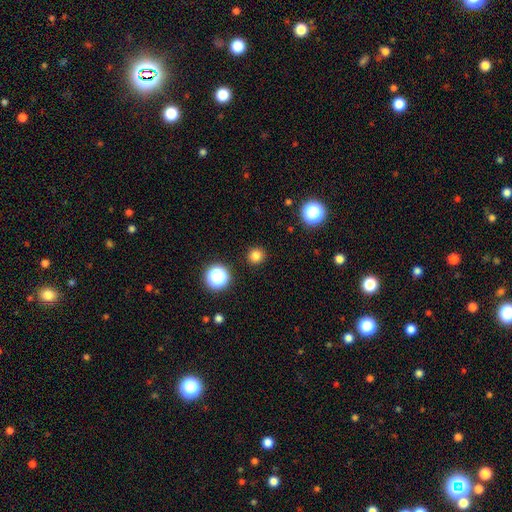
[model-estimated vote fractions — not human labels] This appears to be a smooth galaxy with no disk features (80%) that is round (92%). Merging: none (92%).